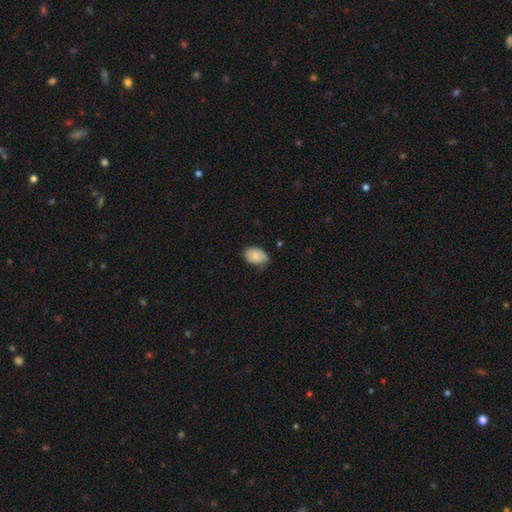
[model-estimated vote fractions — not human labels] Smooth or featured: smooth — 82% (featured or disk — 11%)
How rounded: in between — 83% (round — 15%)
Merging: none — 57% (minor disturbance — 35%)